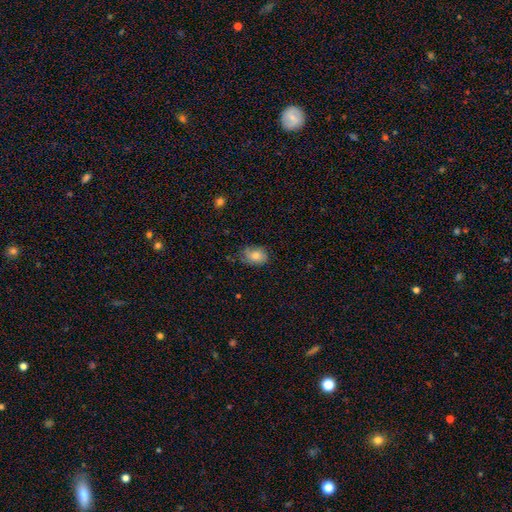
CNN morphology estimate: The model was most divided on "merging": none: 68%, minor disturbance: 26%, major disturbance: 5%, merger: 2%. More confident: smooth or featured — smooth (81%); how rounded — in between (72%).